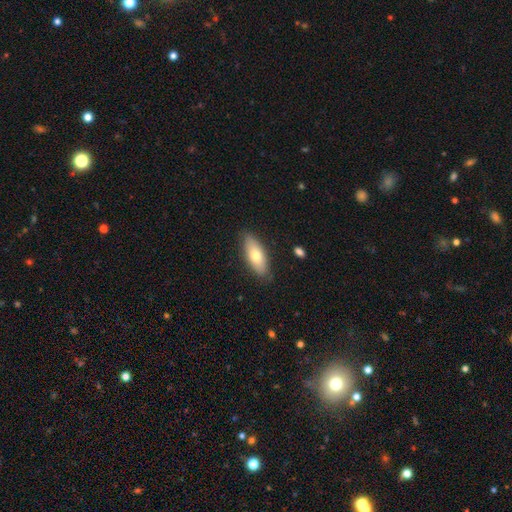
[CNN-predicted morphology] This appears to be a smooth galaxy with no disk features (70%) that is in between round and cigar-shaped (76%). Merging: none (83%).